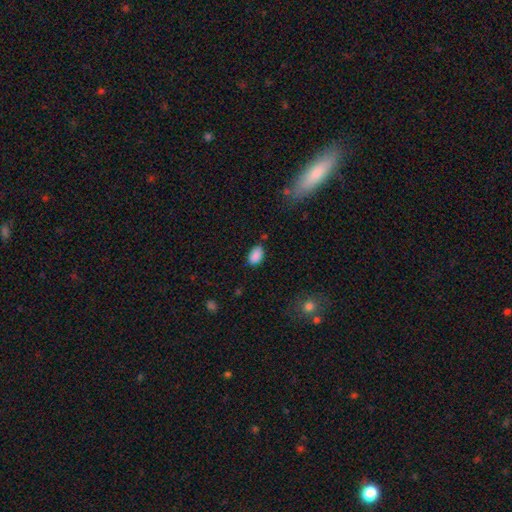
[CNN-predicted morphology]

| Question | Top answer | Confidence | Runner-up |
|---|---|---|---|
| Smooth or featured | smooth | 88% | star or artifact (8%) |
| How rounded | in between | 92% | round (7%) |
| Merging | none | 77% | minor disturbance (18%) |